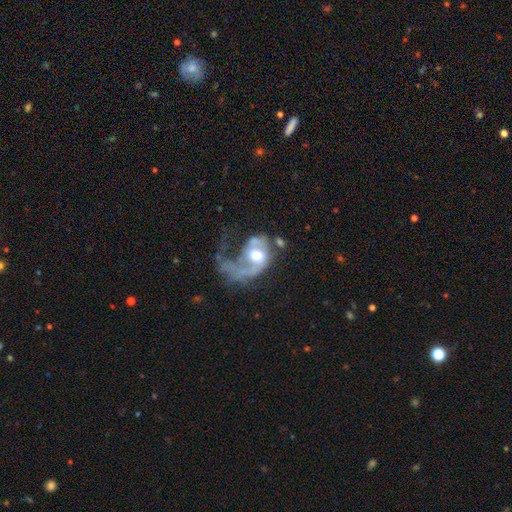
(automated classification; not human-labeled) Morphology: type=featured or disk (76%); edge-on=no (97%); bar=no (68%); spiral arms=yes (82%); winding=loose (56%); arm count=1 (64%); bulge=moderate (61%); merging=major disturbance (57%).